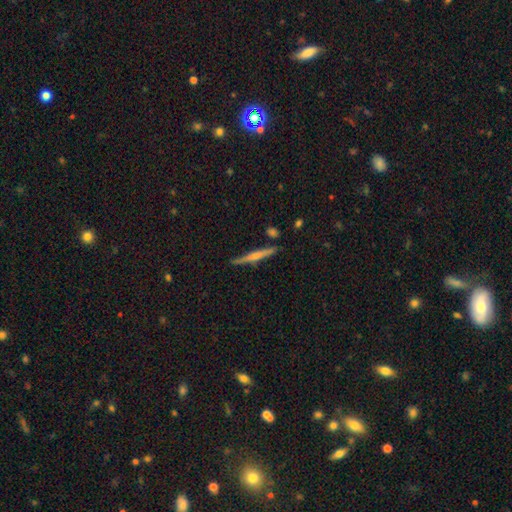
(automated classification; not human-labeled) featured or disk 61%, smooth 33%, star or artifact 6%. Down the decision tree: edge-on disk — yes (98%); edge-on bulge — rounded (69%); merging — none (86%).